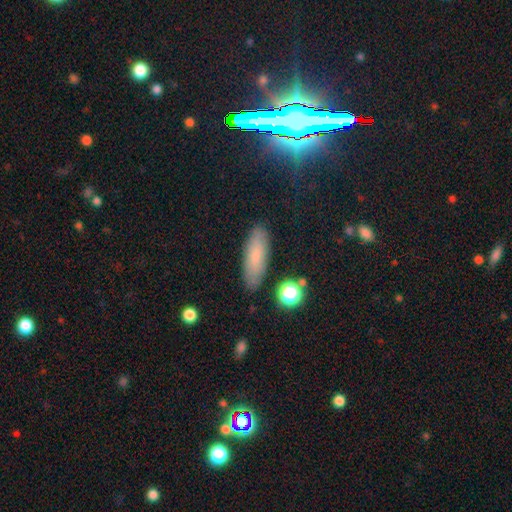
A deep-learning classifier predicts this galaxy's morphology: smooth 76%, featured or disk 14%, star or artifact 10%. Down the decision tree: how rounded — in between (58%); merging — none (86%).